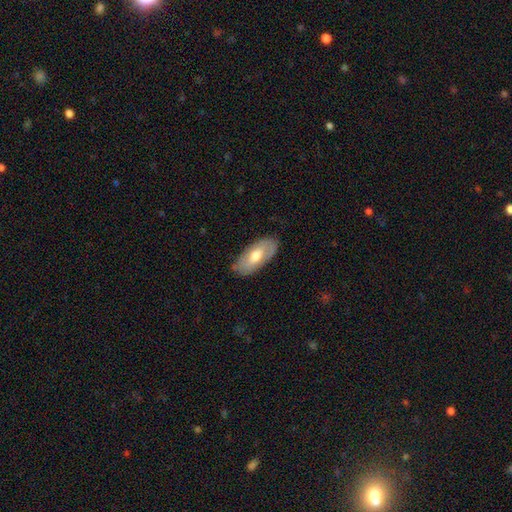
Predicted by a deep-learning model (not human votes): Morphology: type=smooth (55%); roundness=in between (90%); merging=none (82%).